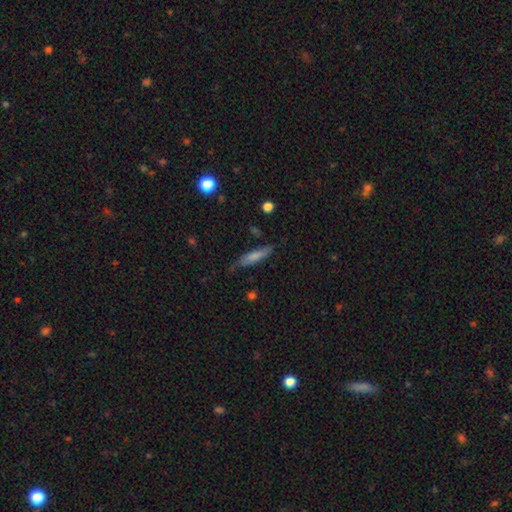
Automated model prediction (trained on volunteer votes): Smooth or featured: smooth — 70% (featured or disk — 23%)
How rounded: cigar-shaped — 82% (in between — 16%)
Merging: none — 73% (minor disturbance — 21%)